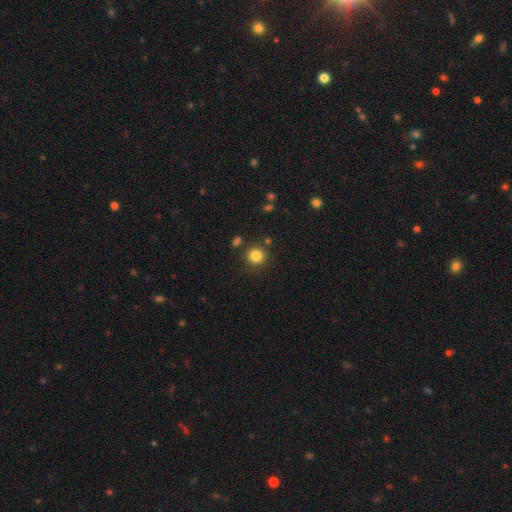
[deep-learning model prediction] smooth 83%, star or artifact 12%, featured or disk 5%. Down the decision tree: how rounded — round (93%); merging — none (86%).